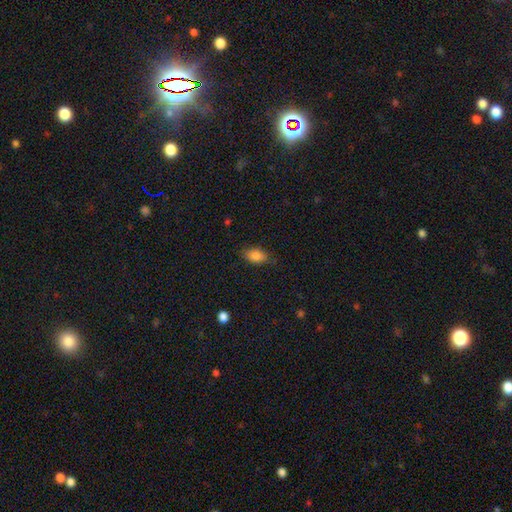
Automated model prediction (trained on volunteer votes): Smooth or featured: smooth — 84% (star or artifact — 8%)
How rounded: in between — 88% (round — 8%)
Merging: none — 79% (minor disturbance — 17%)